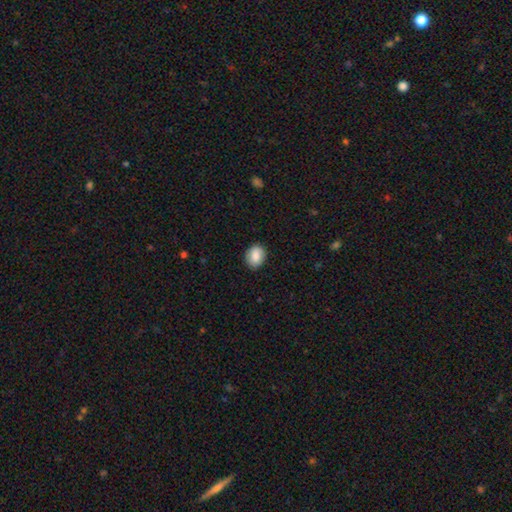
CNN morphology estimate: Q: Smooth or featured?
A: smooth (87%); runner-up: star or artifact (7%)
Q: How rounded?
A: in between (56%); runner-up: round (43%)
Q: Merging?
A: none (88%); runner-up: minor disturbance (9%)